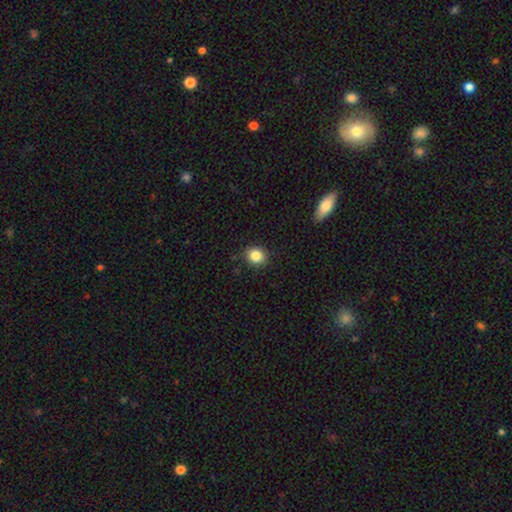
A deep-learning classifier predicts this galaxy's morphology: A smooth galaxy with no disk features (85%) that is round (79%).

Vote fractions:
- Smooth or featured? smooth: 85% / star or artifact: 10% / featured or disk: 5%
- How rounded? round: 79% / in between: 20% / cigar-shaped: 1%
- Merging? none: 89% / minor disturbance: 8% / major disturbance: 2% / merger: 1%